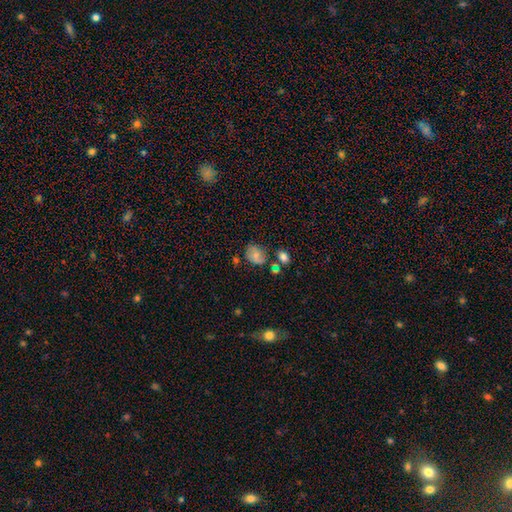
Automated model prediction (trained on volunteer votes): Morphology: type=smooth (71%); roundness=in between (57%); merging=none (58%).